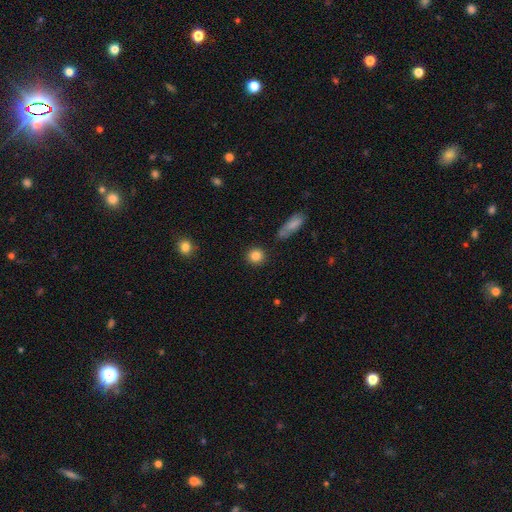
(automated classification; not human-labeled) Morphology: type=smooth (85%); roundness=round (90%); merging=none (88%).